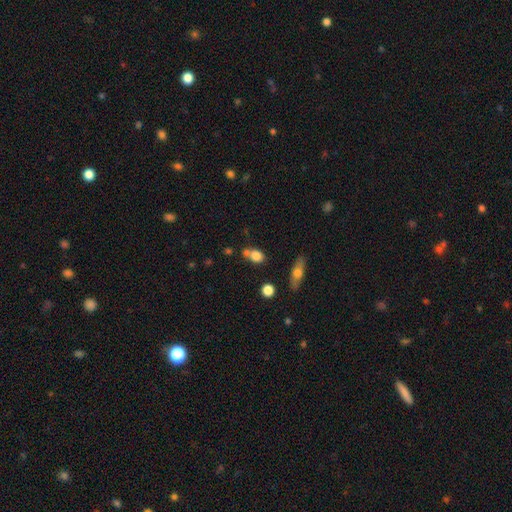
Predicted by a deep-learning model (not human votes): Smooth or featured? smooth (79%)
How rounded? in between (58%)
Merging? none (45%)